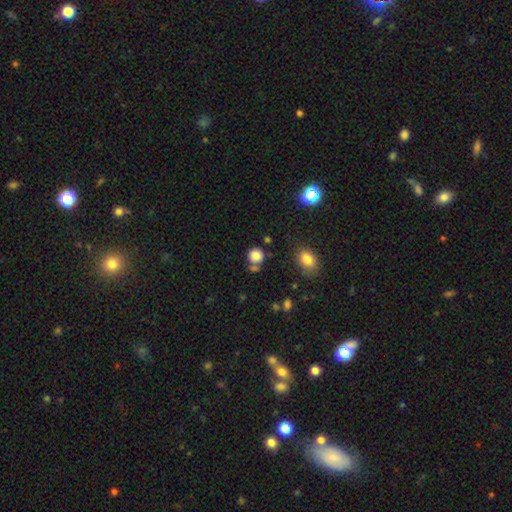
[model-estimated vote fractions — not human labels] smooth_or_featured: smooth (p=0.83) [alt: star or artifact p=0.12]
how_rounded: round (p=0.85) [alt: in between p=0.14]
merging: none (p=0.66) [alt: merger p=0.16]